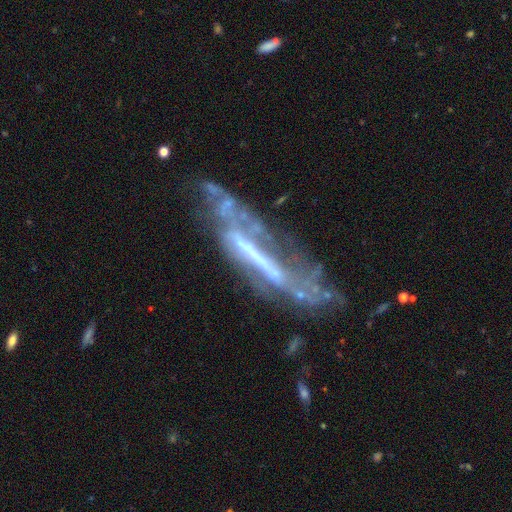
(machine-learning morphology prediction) Smooth or featured?
  - featured or disk: 75% *
  - smooth: 14%
  - star or artifact: 11%
Edge-on disk?
  - no: 60% *
  - yes: 40%
Merging?
  - none: 38% *
  - major disturbance: 30%
  - minor disturbance: 23%
  - merger: 10%